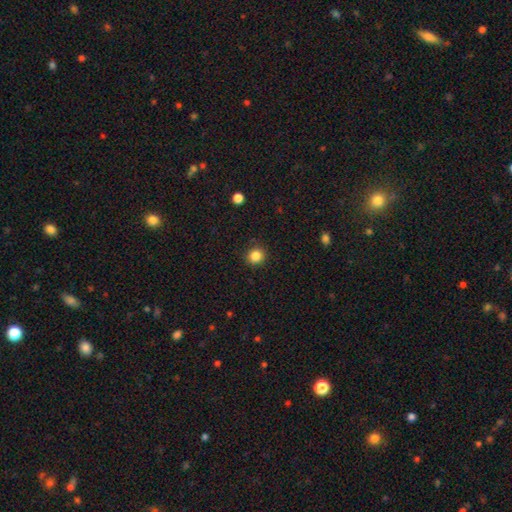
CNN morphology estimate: smooth-or-featured: smooth: 85% | star or artifact: 11% | featured or disk: 4%
  how-rounded: round: 91% | in between: 8% | cigar-shaped: 1%
  merging: none: 90% | minor disturbance: 7% | major disturbance: 2% | merger: 1%